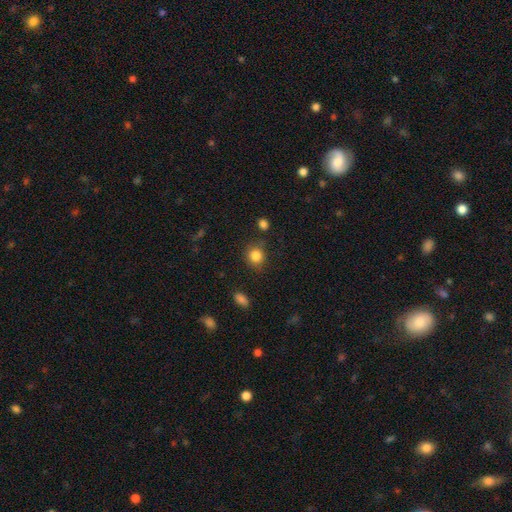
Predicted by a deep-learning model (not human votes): A smooth galaxy with no disk features (84%) that is round (81%). Merging: none (79%).